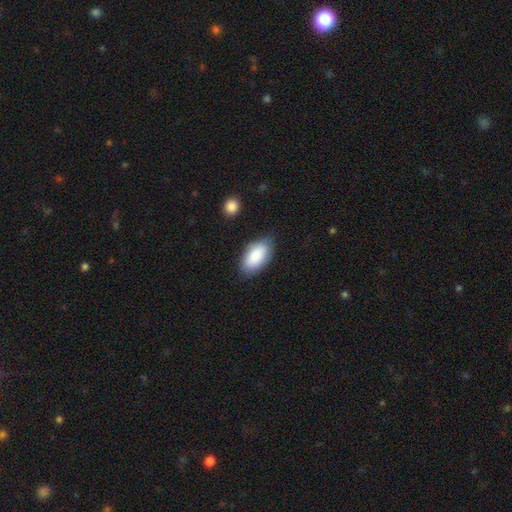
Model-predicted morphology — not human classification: This appears to be a smooth galaxy with no disk features (87%) that is in between round and cigar-shaped (94%). Merging: none (80%).